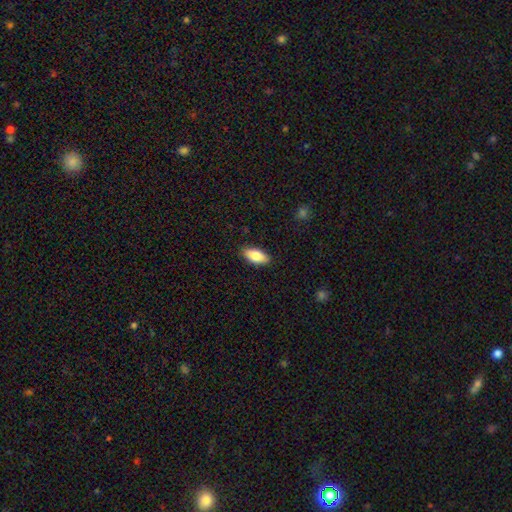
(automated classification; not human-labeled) Morphology: type=smooth (82%); roundness=in between (88%); merging=none (88%).